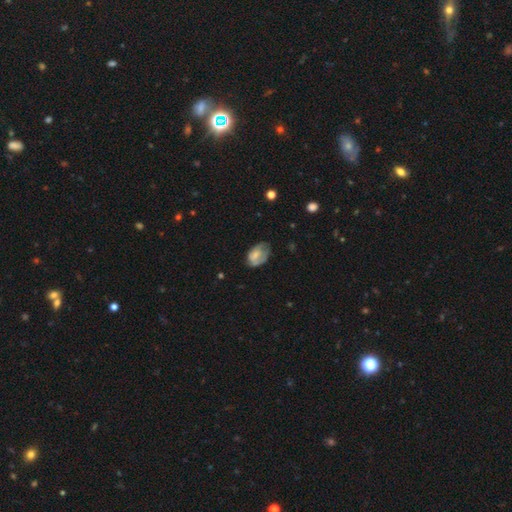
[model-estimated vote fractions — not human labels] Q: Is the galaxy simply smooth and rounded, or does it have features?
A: smooth — 59%.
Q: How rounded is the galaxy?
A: in between — 85%.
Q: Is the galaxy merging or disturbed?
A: none — 41%.